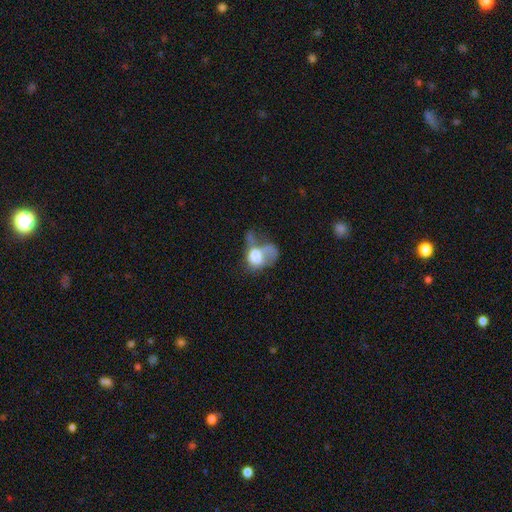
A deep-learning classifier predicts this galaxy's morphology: A smooth galaxy with no disk features (51%) that is in between round and cigar-shaped (73%). Merging: major disturbance (51%).